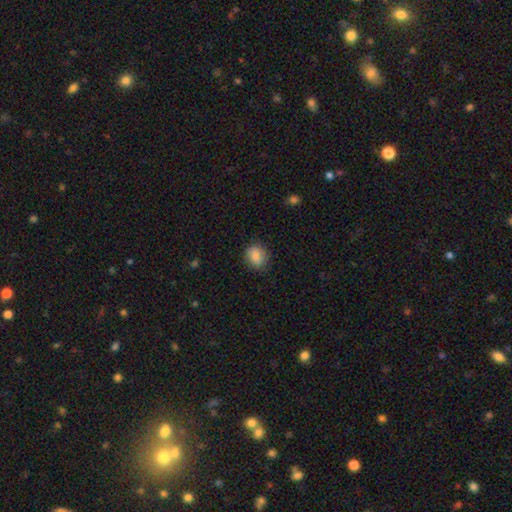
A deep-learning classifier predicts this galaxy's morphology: Smooth or featured: smooth — 84% (star or artifact — 8%)
How rounded: round — 59% (in between — 40%)
Merging: none — 81% (minor disturbance — 14%)